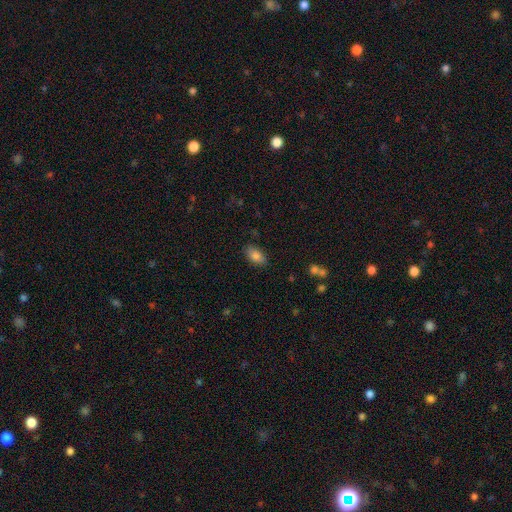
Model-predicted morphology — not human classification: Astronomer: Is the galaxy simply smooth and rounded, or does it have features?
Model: smooth — 84%.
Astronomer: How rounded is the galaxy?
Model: in between — 91%.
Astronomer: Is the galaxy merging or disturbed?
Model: none — 84%.